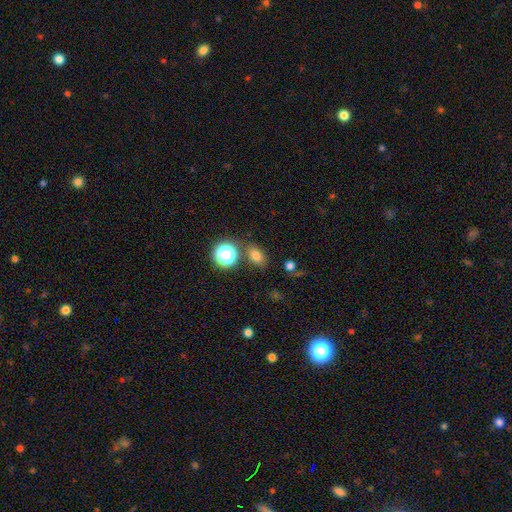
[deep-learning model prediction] This appears to be a smooth galaxy with no disk features (74%) that is in between round and cigar-shaped (70%). Merging: none (79%).